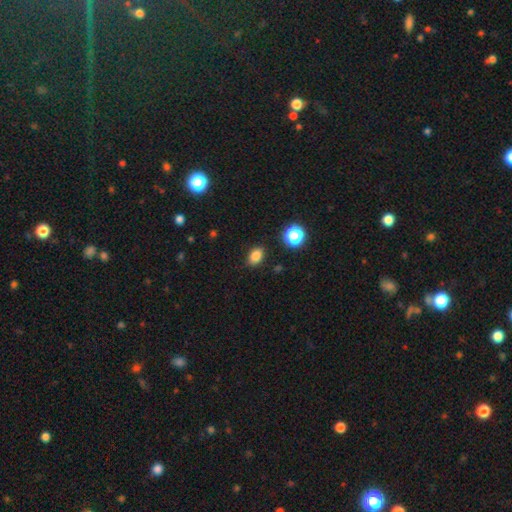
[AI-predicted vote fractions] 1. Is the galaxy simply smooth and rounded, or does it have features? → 83% smooth, 13% star or artifact, 5% featured or disk.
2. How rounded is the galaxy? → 78% in between, 20% round, 1% cigar-shaped.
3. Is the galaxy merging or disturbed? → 87% none, 9% minor disturbance, 3% major disturbance, 2% merger.